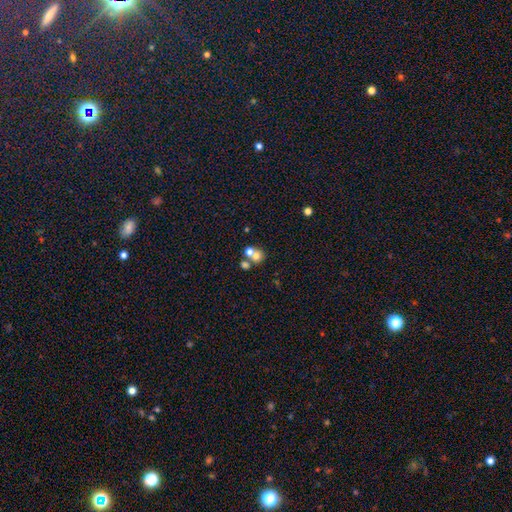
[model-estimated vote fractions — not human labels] Smooth or featured?
  - smooth: 67% *
  - featured or disk: 18%
  - star or artifact: 14%
How rounded?
  - round: 77% *
  - in between: 22%
  - cigar-shaped: 1%
Merging?
  - merger: 53% *
  - none: 37%
  - minor disturbance: 6%
  - major disturbance: 3%